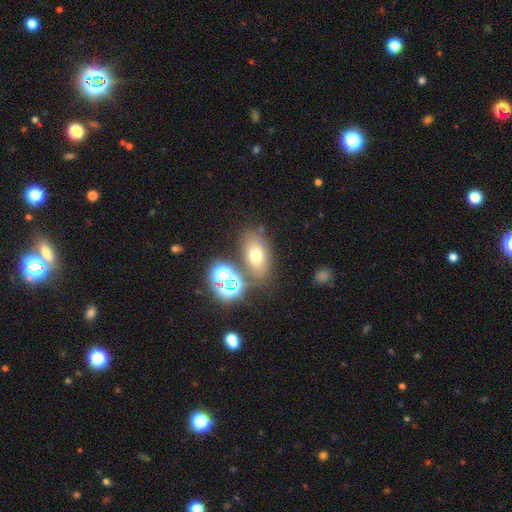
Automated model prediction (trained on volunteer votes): The model was most divided on "smooth or featured": smooth: 60%, star or artifact: 22%, featured or disk: 18%. More confident: how rounded — in between (79%); merging — none (69%).